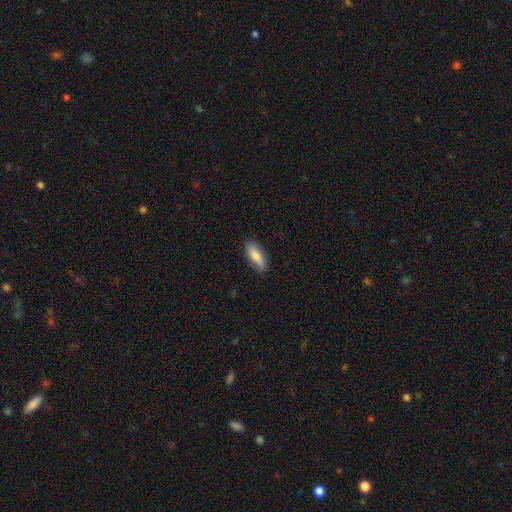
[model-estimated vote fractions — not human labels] smooth_or_featured: smooth (p=0.83) [alt: featured or disk p=0.11]
how_rounded: in between (p=0.64) [alt: cigar-shaped p=0.34]
merging: none (p=0.85) [alt: minor disturbance p=0.12]